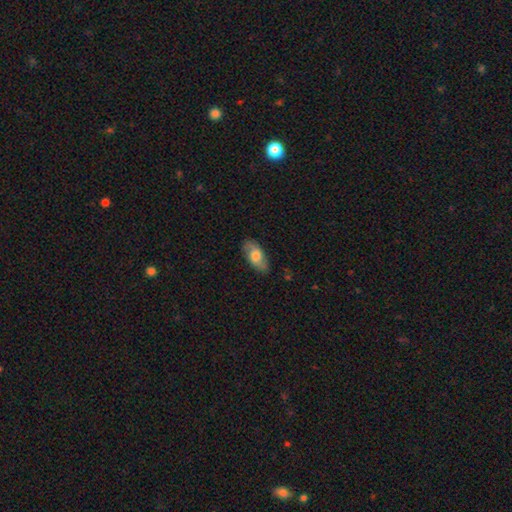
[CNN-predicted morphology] Smooth or featured? smooth (63%)
How rounded? in between (89%)
Merging? none (81%)